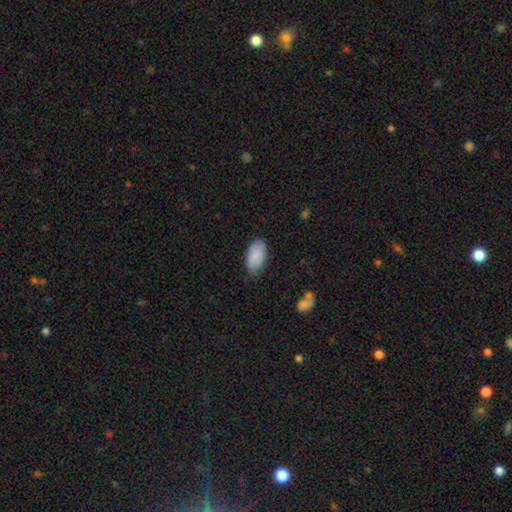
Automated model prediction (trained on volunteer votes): This appears to be a smooth galaxy with no disk features (86%) that is in between round and cigar-shaped (94%). Merging: none (74%).